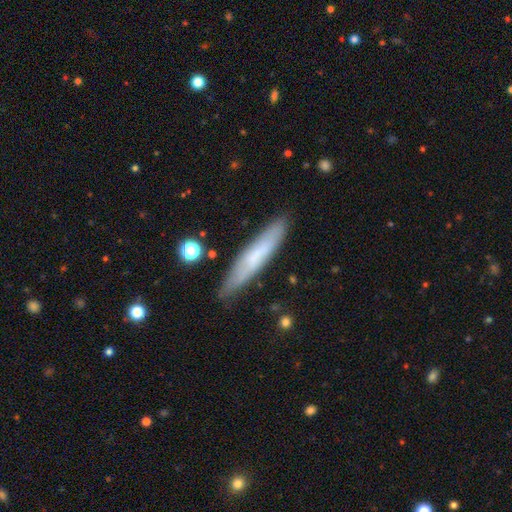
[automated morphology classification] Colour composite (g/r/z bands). It shows a smooth galaxy with no disk features (58%) that is cigar-shaped (88%). Merging: none (82%).